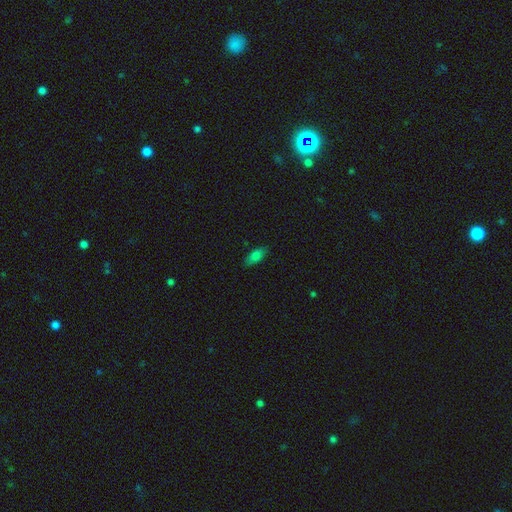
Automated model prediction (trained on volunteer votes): Smooth or featured?
  - smooth: 78% *
  - featured or disk: 12%
  - star or artifact: 10%
How rounded?
  - in between: 82% *
  - cigar-shaped: 15%
  - round: 3%
Merging?
  - none: 83% *
  - minor disturbance: 14%
  - major disturbance: 2%
  - merger: 1%